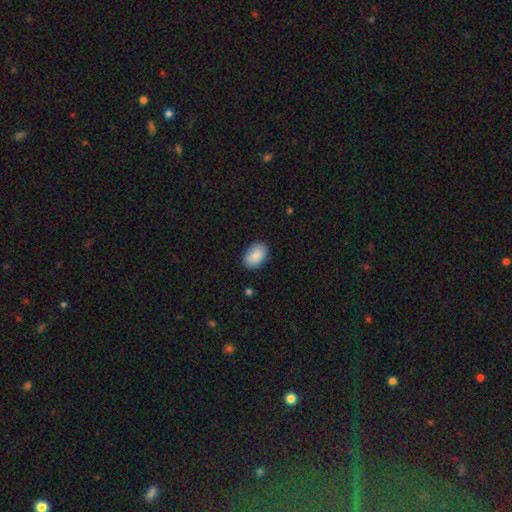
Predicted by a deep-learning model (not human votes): Q: Smooth or featured?
A: smooth (90%); runner-up: star or artifact (6%)
Q: How rounded?
A: in between (90%); runner-up: round (9%)
Q: Merging?
A: none (87%); runner-up: minor disturbance (9%)